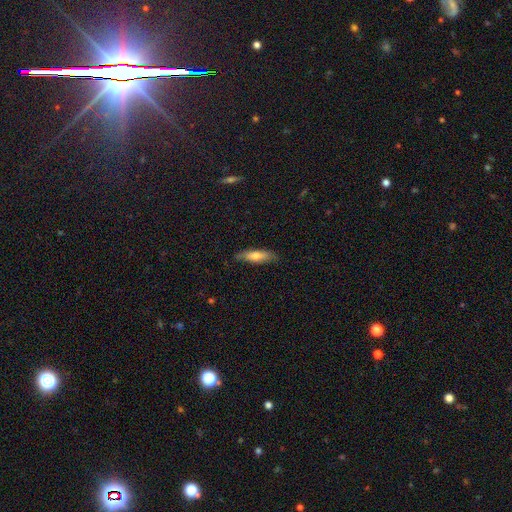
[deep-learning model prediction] This is likely a smooth galaxy (67%). How rounded: likely cigar-shaped (62%). Merging: likely none (79%).